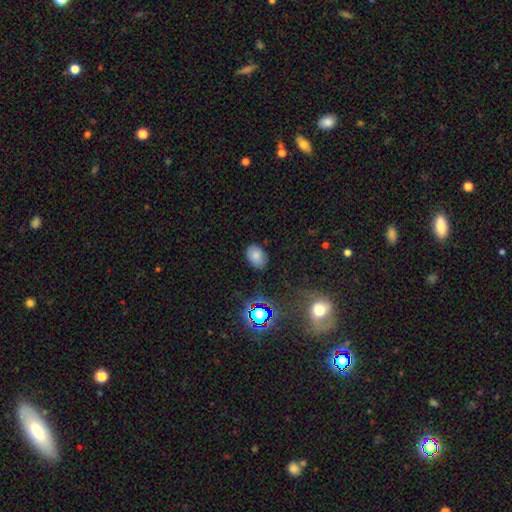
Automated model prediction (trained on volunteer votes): smooth-or-featured: smooth: 78% | star or artifact: 15% | featured or disk: 7%
  how-rounded: in between: 79% | round: 20% | cigar-shaped: 1%
  merging: none: 81% | minor disturbance: 14% | major disturbance: 3% | merger: 2%